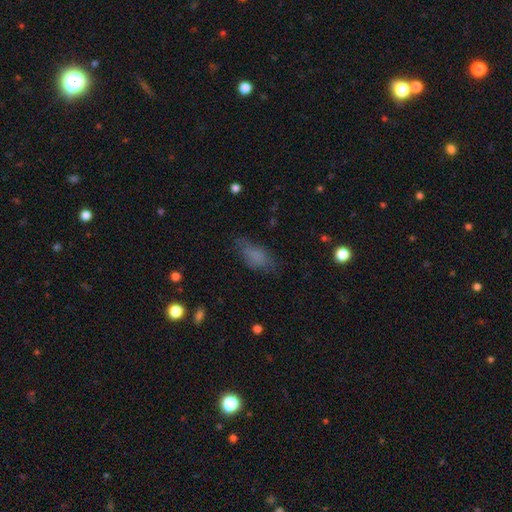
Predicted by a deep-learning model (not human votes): Q: Smooth or featured?
A: smooth (73%); runner-up: featured or disk (15%)
Q: How rounded?
A: in between (83%); runner-up: cigar-shaped (12%)
Q: Merging?
A: none (62%); runner-up: minor disturbance (24%)